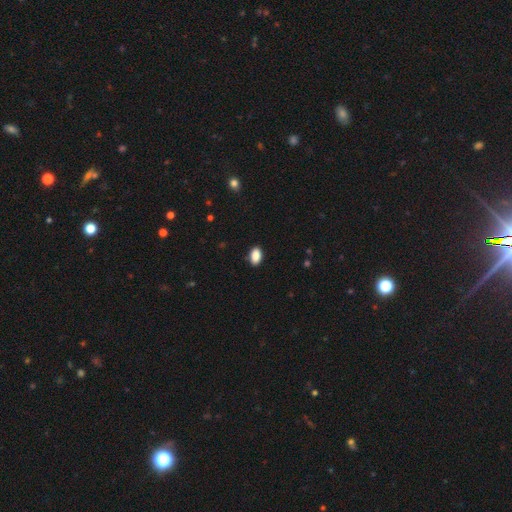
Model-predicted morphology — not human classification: Q: Smooth or featured?
A: smooth (89%); runner-up: star or artifact (7%)
Q: How rounded?
A: in between (91%); runner-up: round (7%)
Q: Merging?
A: none (89%); runner-up: minor disturbance (9%)